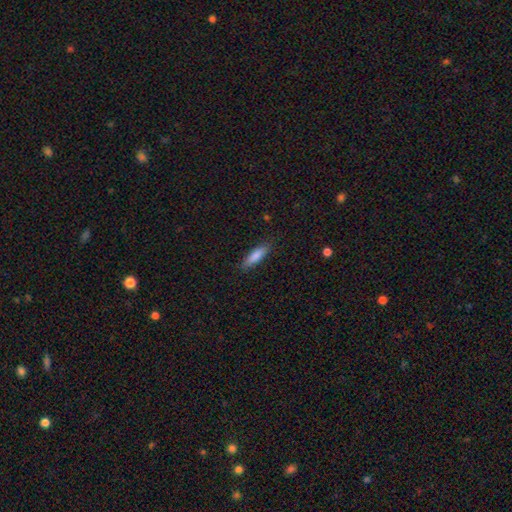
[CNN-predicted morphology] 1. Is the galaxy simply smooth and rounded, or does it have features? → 83% smooth, 11% featured or disk, 6% star or artifact.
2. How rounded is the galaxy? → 64% cigar-shaped, 34% in between, 2% round.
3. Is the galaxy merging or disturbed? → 87% none, 10% minor disturbance, 2% major disturbance, 1% merger.